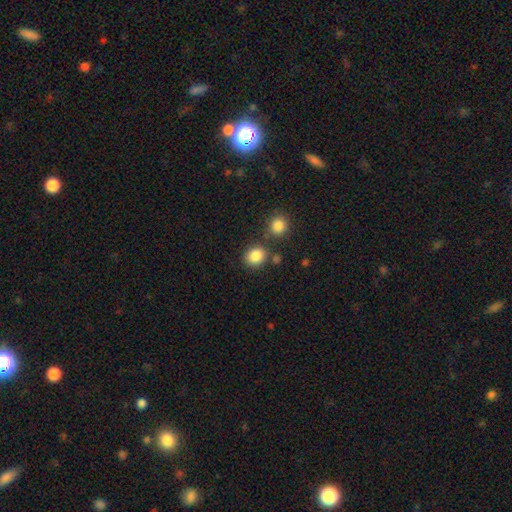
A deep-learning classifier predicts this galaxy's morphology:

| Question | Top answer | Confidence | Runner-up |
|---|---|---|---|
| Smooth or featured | smooth | 85% | star or artifact (10%) |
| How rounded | round | 65% | in between (34%) |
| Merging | none | 74% | merger (12%) |